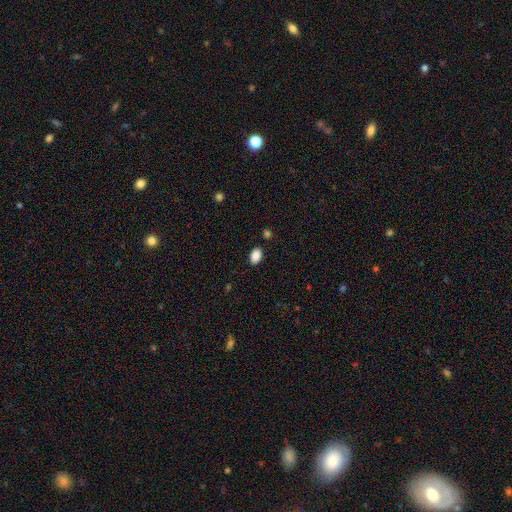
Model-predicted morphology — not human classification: This is clearly a smooth galaxy (88%). How rounded: clearly in between (88%). Merging: clearly none (86%).